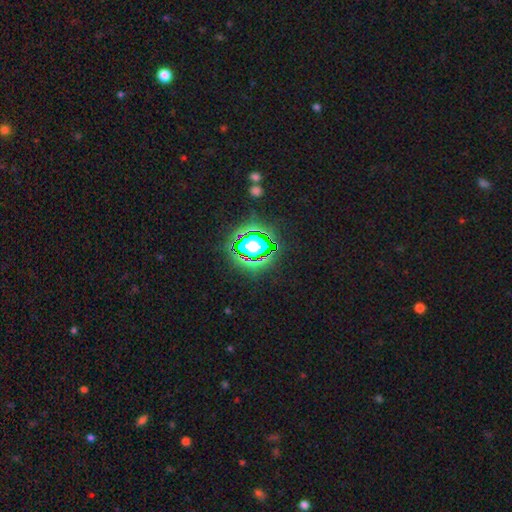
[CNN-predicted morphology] This appears to be a star or artifact, not a galaxy (81%).